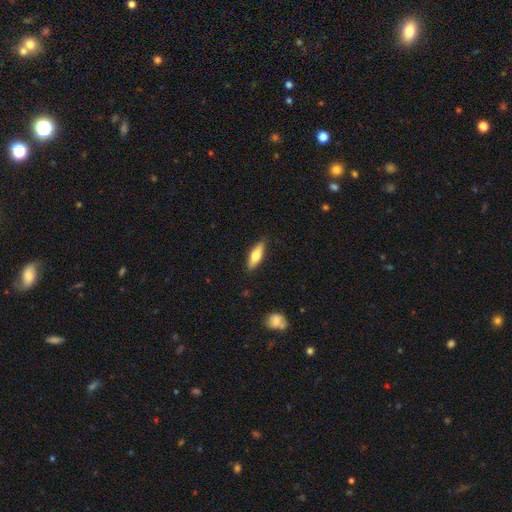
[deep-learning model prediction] Overall: smooth (59%; featured or disk 35%). How rounded: in between (49%, tied with cigar-shaped). Merging: none (86%).